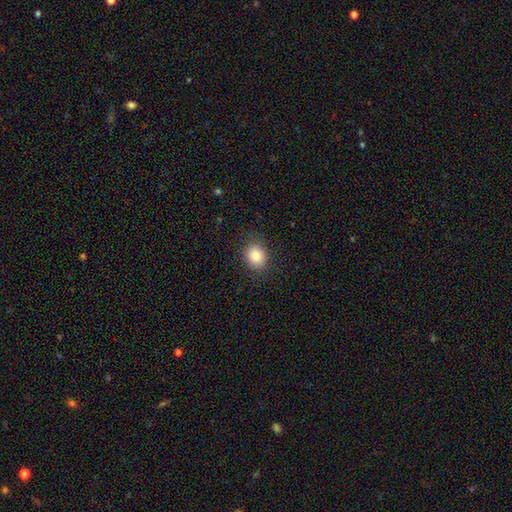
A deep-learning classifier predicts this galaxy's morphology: The model was most divided on "how rounded": round: 53%, in between: 46%, cigar-shaped: 1%. More confident: merging — none (87%); smooth or featured — smooth (84%).